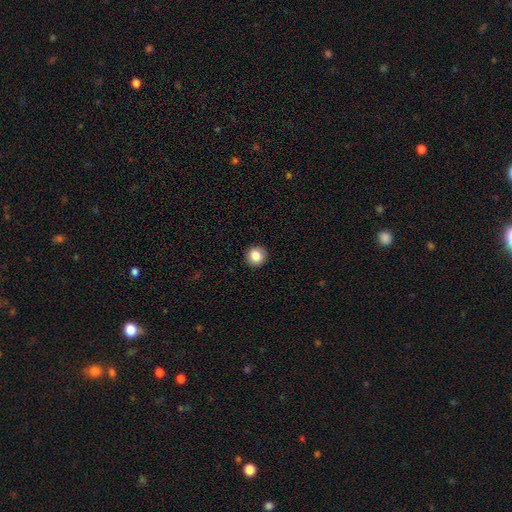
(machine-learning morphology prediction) smooth-or-featured: smooth: 86% | star or artifact: 9% | featured or disk: 5%
  how-rounded: round: 91% | in between: 8% | cigar-shaped: 1%
  merging: none: 92% | minor disturbance: 5% | major disturbance: 2% | merger: 1%